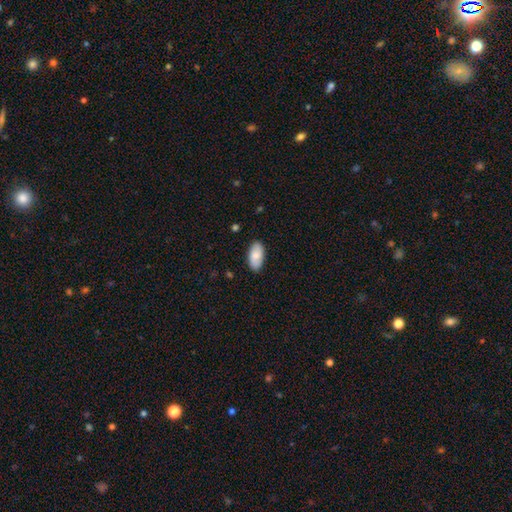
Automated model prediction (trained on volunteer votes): This appears to be a smooth galaxy with no disk features (79%) that is in between round and cigar-shaped (95%). Merging: none (85%).